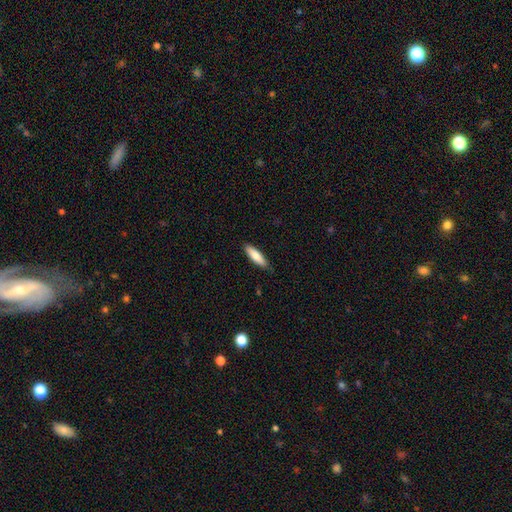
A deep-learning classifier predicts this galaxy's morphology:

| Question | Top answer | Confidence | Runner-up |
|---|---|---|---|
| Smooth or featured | smooth | 81% | featured or disk (14%) |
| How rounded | cigar-shaped | 58% | in between (40%) |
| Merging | none | 85% | minor disturbance (12%) |